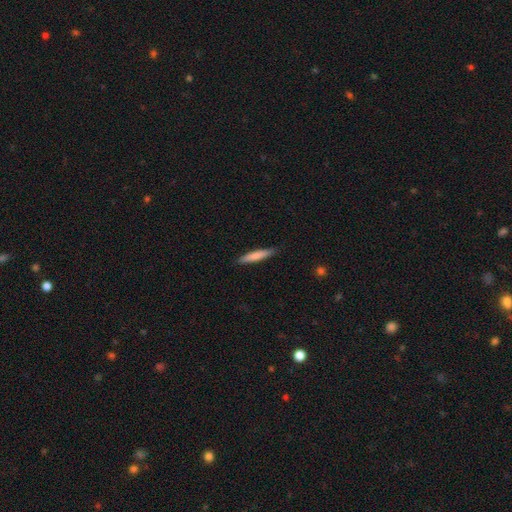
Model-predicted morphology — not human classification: This is likely a smooth galaxy (76%). How rounded: clearly cigar-shaped (92%). Merging: clearly none (88%).